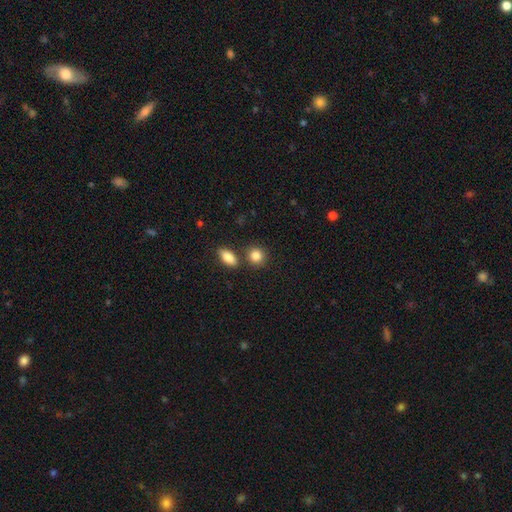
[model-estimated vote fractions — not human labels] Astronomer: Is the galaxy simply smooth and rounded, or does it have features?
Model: smooth — 86%.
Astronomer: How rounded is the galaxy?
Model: round — 75%.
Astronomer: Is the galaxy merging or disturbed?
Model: none — 74%.